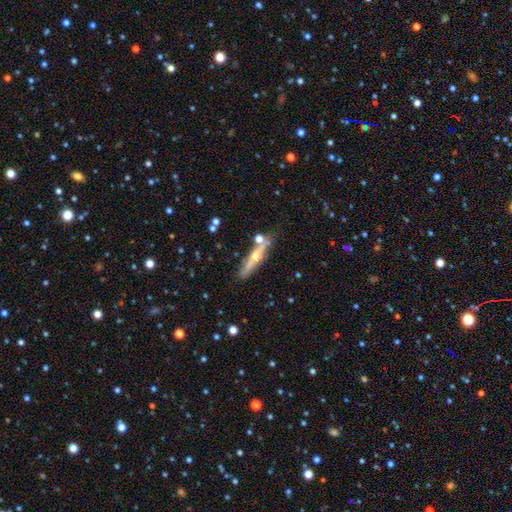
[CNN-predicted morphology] smooth_or_featured: featured or disk (p=0.62) [alt: smooth p=0.31]
disk_edge_on: yes (p=0.89) [alt: no p=0.11]
edge_on_bulge: rounded (p=0.89) [alt: none p=0.08]
merging: none (p=0.72) [alt: minor disturbance p=0.14]